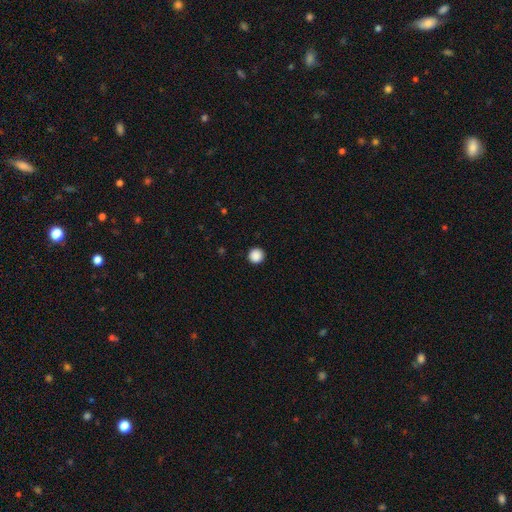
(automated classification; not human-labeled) Overall: smooth (89%). How rounded: round (96%). Merging: none (93%).